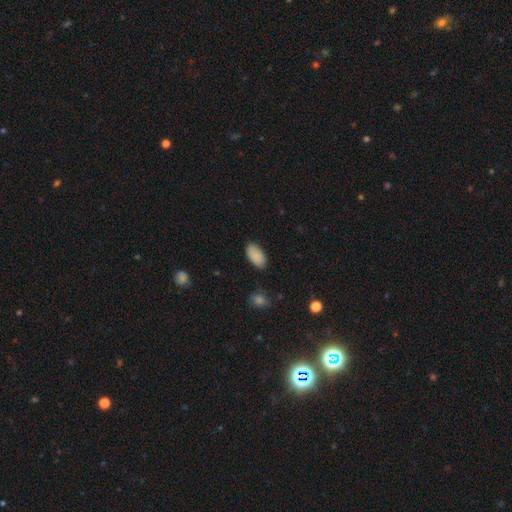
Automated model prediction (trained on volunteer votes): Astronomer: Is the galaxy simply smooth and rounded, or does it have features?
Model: smooth — 89%.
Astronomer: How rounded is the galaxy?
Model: in between — 95%.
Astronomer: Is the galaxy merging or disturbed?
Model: none — 85%.